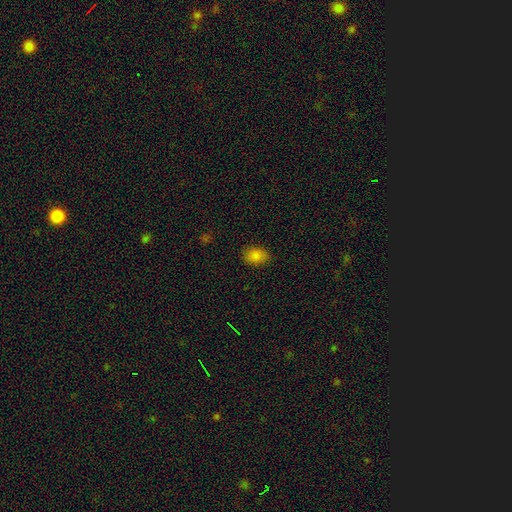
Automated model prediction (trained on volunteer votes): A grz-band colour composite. It shows a smooth galaxy with no disk features (84%) that is in between round and cigar-shaped (76%). Merging: none (84%).